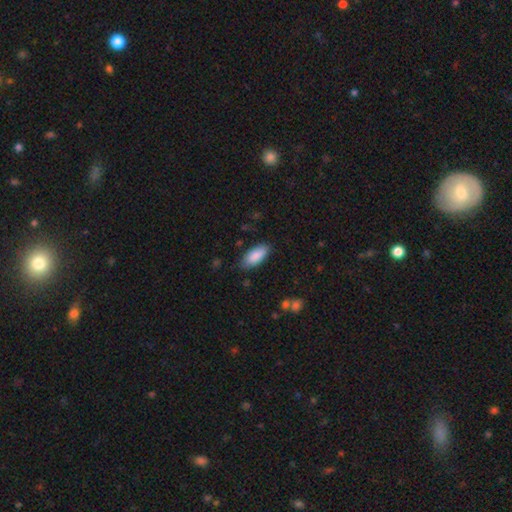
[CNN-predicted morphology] smooth-or-featured: smooth: 88% | featured or disk: 6% | star or artifact: 6%
  how-rounded: in between: 86% | cigar-shaped: 12% | round: 2%
  merging: none: 82% | minor disturbance: 14% | major disturbance: 3% | merger: 1%